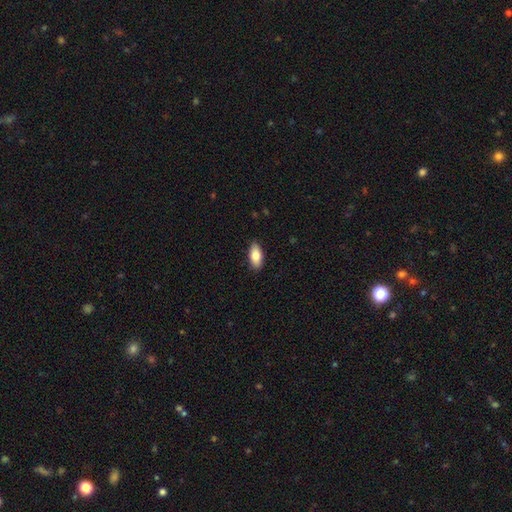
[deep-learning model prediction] Q: Smooth or featured?
A: smooth (81%); runner-up: featured or disk (13%)
Q: How rounded?
A: in between (88%); runner-up: cigar-shaped (9%)
Q: Merging?
A: none (87%); runner-up: minor disturbance (10%)